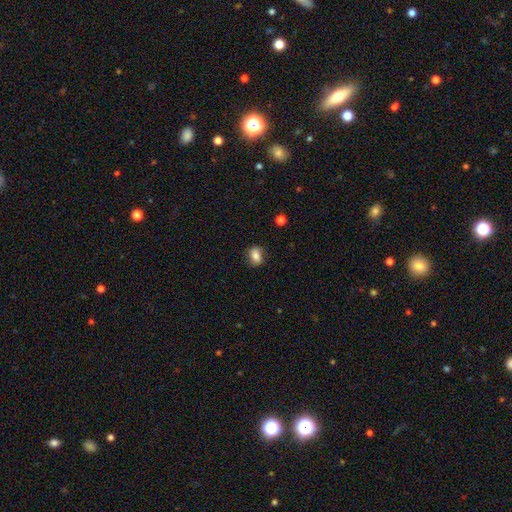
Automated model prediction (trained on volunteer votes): smooth_or_featured: smooth (p=0.79) [alt: featured or disk p=0.12]
how_rounded: in between (p=0.65) [alt: round p=0.33]
merging: none (p=0.80) [alt: minor disturbance p=0.15]